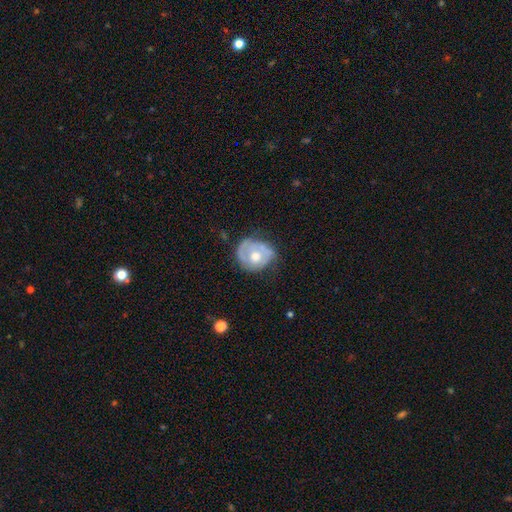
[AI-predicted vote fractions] Morphology: type=featured or disk (60%); edge-on=no (97%); bar=no (84%); spiral arms=yes (56%); bulge=moderate (75%); merging=none (50%).